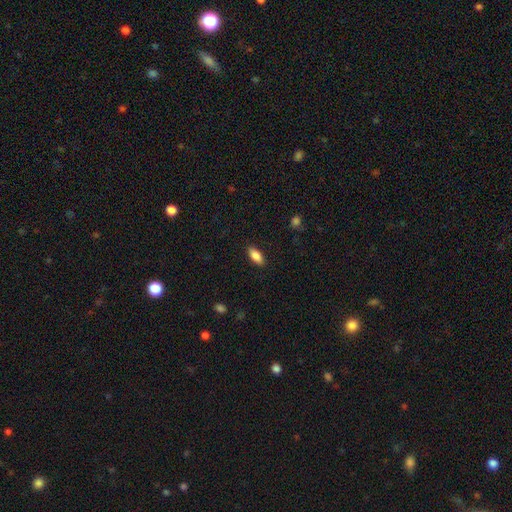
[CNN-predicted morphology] smooth_or_featured: smooth (p=0.87) [alt: star or artifact p=0.07]
how_rounded: in between (p=0.87) [alt: cigar-shaped p=0.11]
merging: none (p=0.88) [alt: minor disturbance p=0.09]